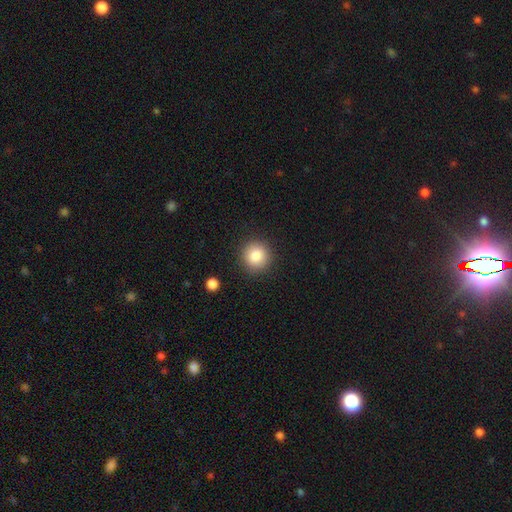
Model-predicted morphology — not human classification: The model was most divided on "smooth or featured": smooth: 84%, star or artifact: 9%, featured or disk: 7%. More confident: how rounded — round (93%); merging — none (90%).